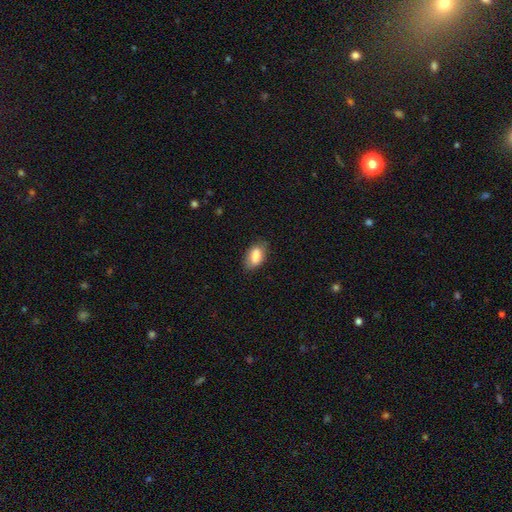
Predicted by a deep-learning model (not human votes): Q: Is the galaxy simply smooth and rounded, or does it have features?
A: smooth — 83%.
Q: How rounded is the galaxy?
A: in between — 91%.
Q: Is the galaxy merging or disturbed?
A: none — 77%.